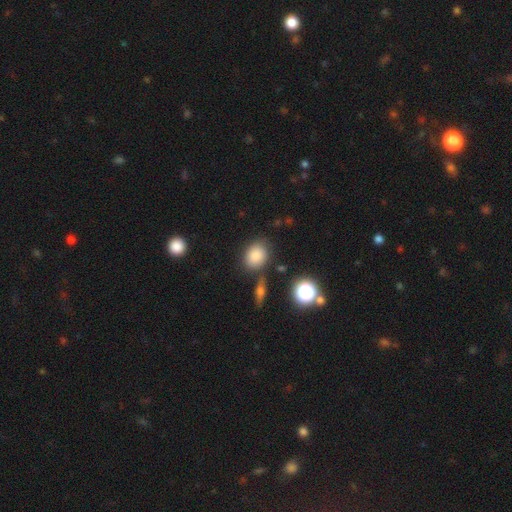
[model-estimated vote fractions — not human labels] A smooth galaxy with no disk features (82%) that is in between round and cigar-shaped (57%).

Vote fractions:
- Smooth or featured? smooth: 82% / star or artifact: 11% / featured or disk: 7%
- How rounded? in between: 57% / round: 41% / cigar-shaped: 2%
- Merging? none: 74% / minor disturbance: 15% / merger: 7% / major disturbance: 4%